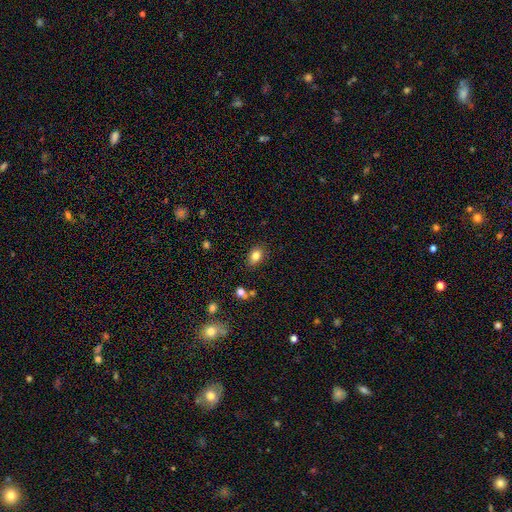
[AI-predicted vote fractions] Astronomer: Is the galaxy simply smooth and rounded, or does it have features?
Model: smooth — 82%.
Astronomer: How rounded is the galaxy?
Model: in between — 79%.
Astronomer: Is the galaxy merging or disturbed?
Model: none — 84%.